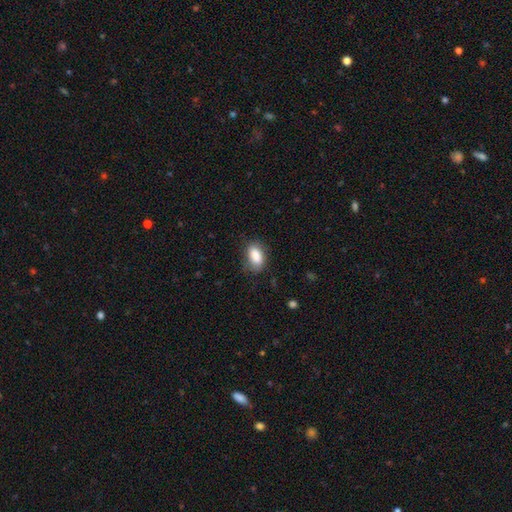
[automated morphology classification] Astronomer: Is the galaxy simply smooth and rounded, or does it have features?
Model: smooth — 87%.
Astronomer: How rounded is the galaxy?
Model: in between — 90%.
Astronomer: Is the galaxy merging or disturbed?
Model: none — 75%.